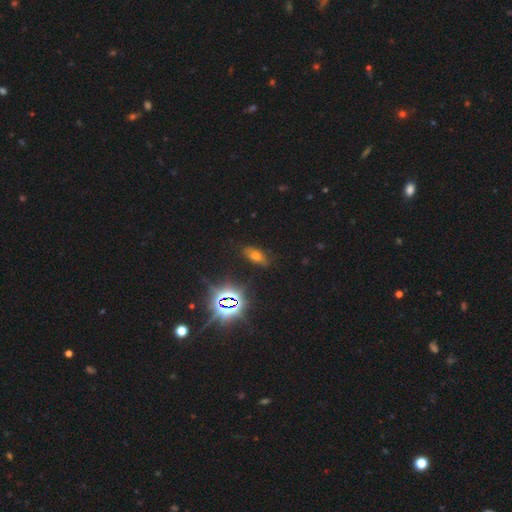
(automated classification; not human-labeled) This is possibly a smooth galaxy (46%). Merging: clearly none (83%).